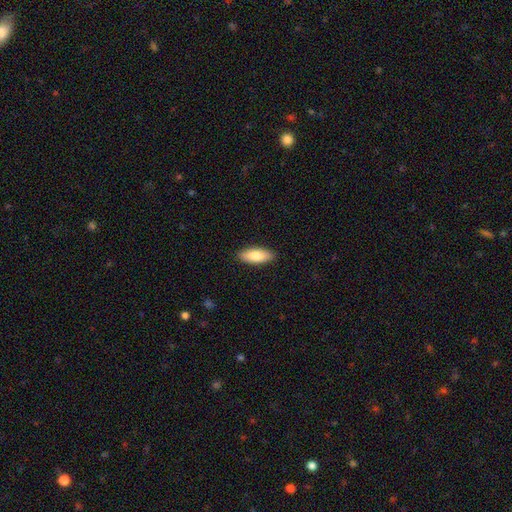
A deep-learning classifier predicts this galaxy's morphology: Smooth or featured: smooth — 83% (featured or disk — 11%)
How rounded: in between — 75% (cigar-shaped — 24%)
Merging: none — 89% (minor disturbance — 8%)